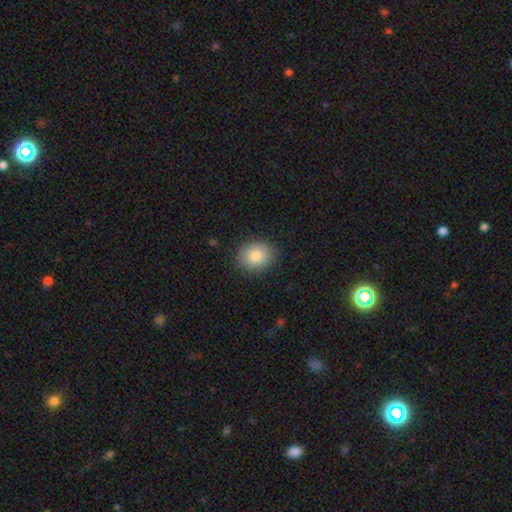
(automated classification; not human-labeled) Smooth or featured? Predicted: smooth (p=0.84). How rounded? Predicted: round (p=0.56). Merging? Predicted: none (p=0.85).